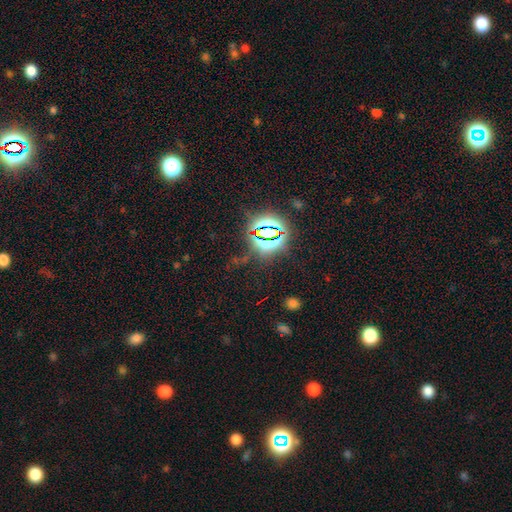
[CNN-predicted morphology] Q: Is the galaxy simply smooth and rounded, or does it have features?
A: star or artifact — 80%.